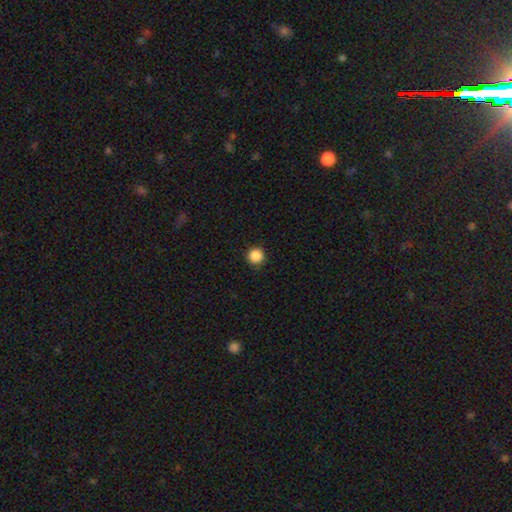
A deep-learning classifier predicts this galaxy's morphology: Smooth or featured? Predicted: smooth (p=0.87). How rounded? Predicted: round (p=0.96). Merging? Predicted: none (p=0.90).